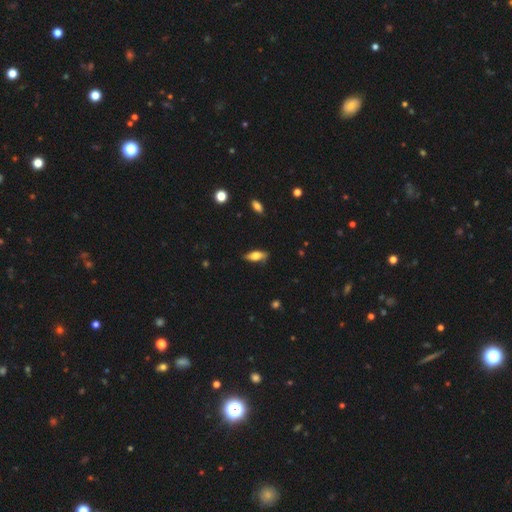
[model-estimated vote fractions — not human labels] A smooth galaxy with no disk features (66%) that is in between round and cigar-shaped (76%). Merging: none (74%).